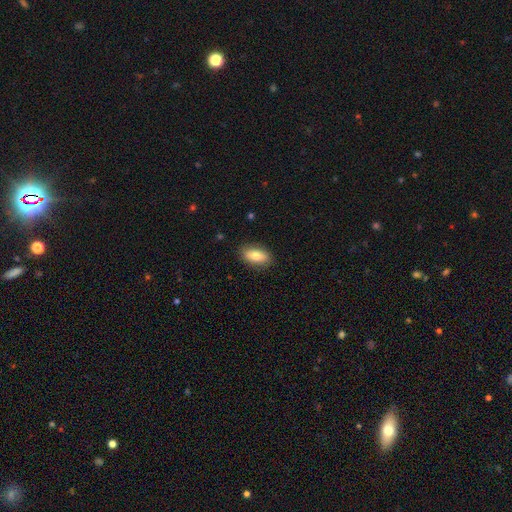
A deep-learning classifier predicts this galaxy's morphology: Overall: smooth (79%). How rounded: in between (87%). Merging: none (87%).